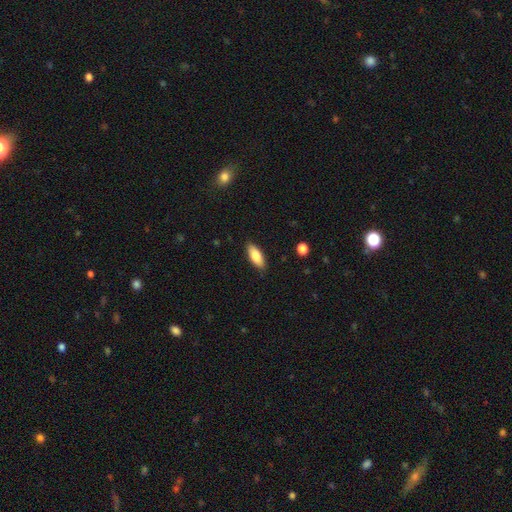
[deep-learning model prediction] Overall: smooth (84%). How rounded: in between (77%). Merging: none (88%).